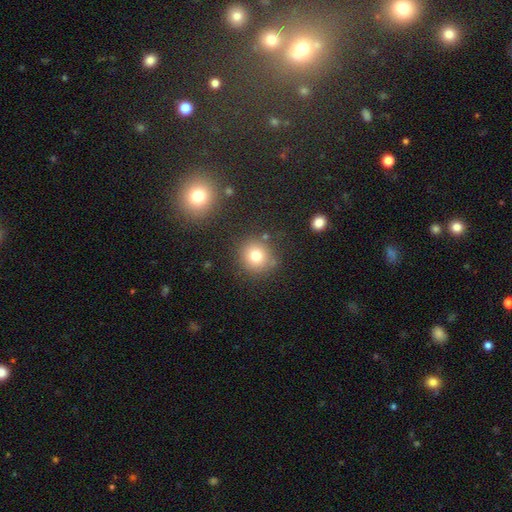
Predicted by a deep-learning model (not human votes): Smooth or featured: smooth — 77% (star or artifact — 14%)
How rounded: round — 89% (in between — 10%)
Merging: none — 81% (minor disturbance — 10%)